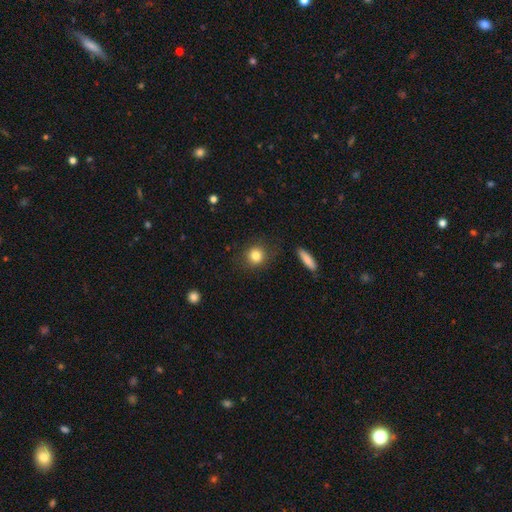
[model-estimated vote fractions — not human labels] A smooth galaxy with no disk features (83%) that is round (86%).

Vote fractions:
- Smooth or featured? smooth: 83% / star or artifact: 10% / featured or disk: 7%
- How rounded? round: 86% / in between: 12% / cigar-shaped: 1%
- Merging? none: 86% / minor disturbance: 9% / major disturbance: 3% / merger: 2%